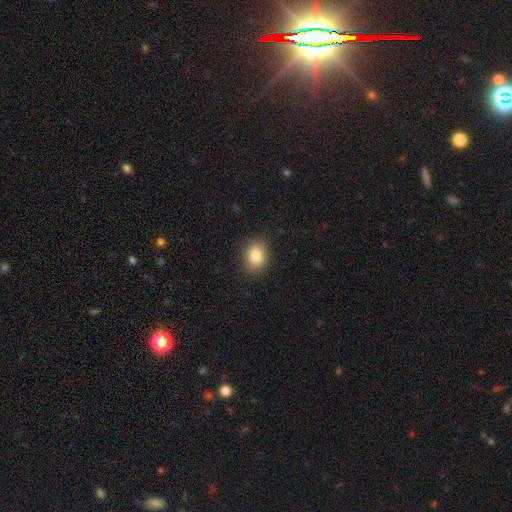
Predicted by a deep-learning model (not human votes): A smooth galaxy with no disk features (84%) that is in between round and cigar-shaped (54%). Merging: none (88%).